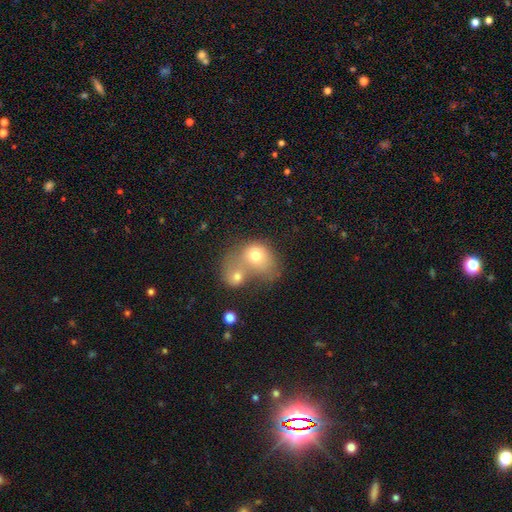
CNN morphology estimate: Overall: smooth (70%). How rounded: round (50%; in between 49%). Merging: merger (77%).